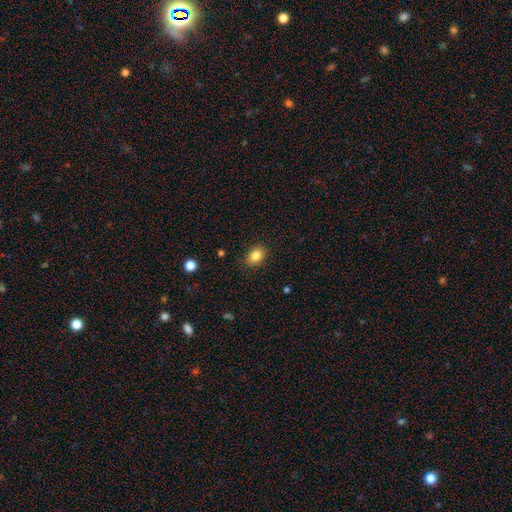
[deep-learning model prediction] A smooth galaxy with no disk features (84%) that is in between round and cigar-shaped (66%).

Vote fractions:
- Smooth or featured? smooth: 84% / star or artifact: 10% / featured or disk: 6%
- How rounded? in between: 66% / round: 33% / cigar-shaped: 1%
- Merging? none: 88% / minor disturbance: 9% / major disturbance: 2% / merger: 1%